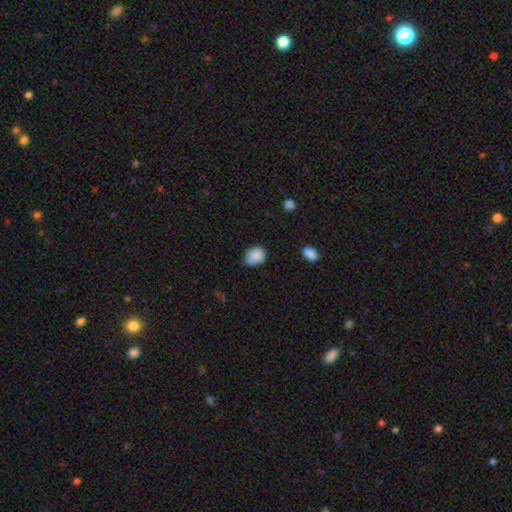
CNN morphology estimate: Smooth or featured? smooth (87%)
How rounded? in between (50%)
Merging? none (59%)